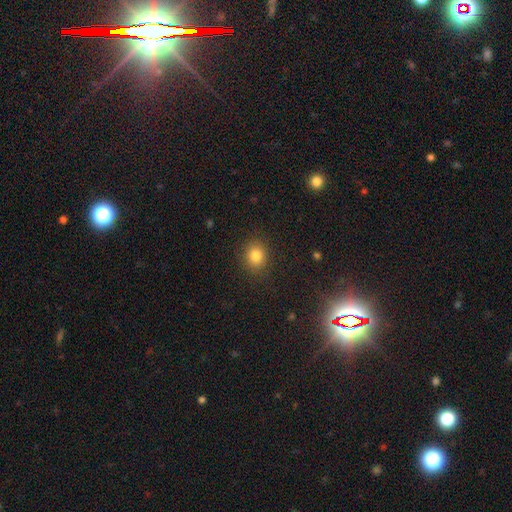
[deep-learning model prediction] Overall: smooth (83%). How rounded: round (75%). Merging: none (88%).